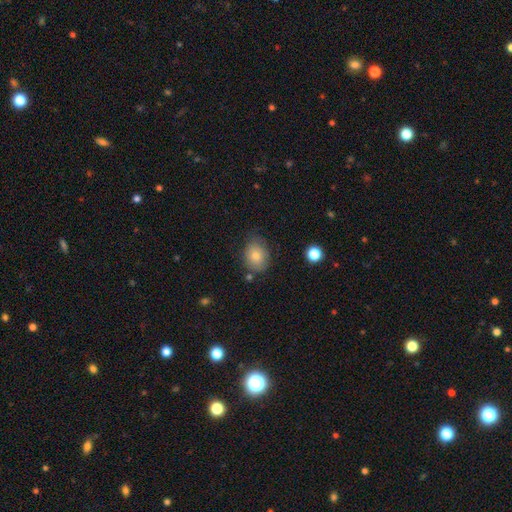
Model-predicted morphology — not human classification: Smooth or featured: smooth — 78% (featured or disk — 13%)
How rounded: round — 52% (in between — 48%)
Merging: none — 64% (minor disturbance — 26%)